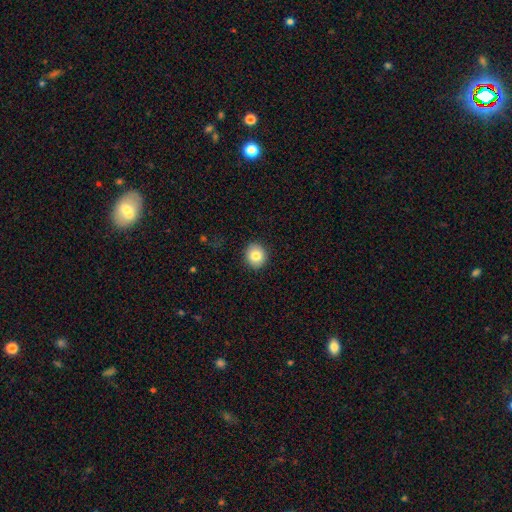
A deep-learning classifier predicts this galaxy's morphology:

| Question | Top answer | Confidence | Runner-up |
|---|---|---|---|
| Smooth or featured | smooth | 83% | star or artifact (9%) |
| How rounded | round | 81% | in between (18%) |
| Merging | none | 91% | minor disturbance (6%) |